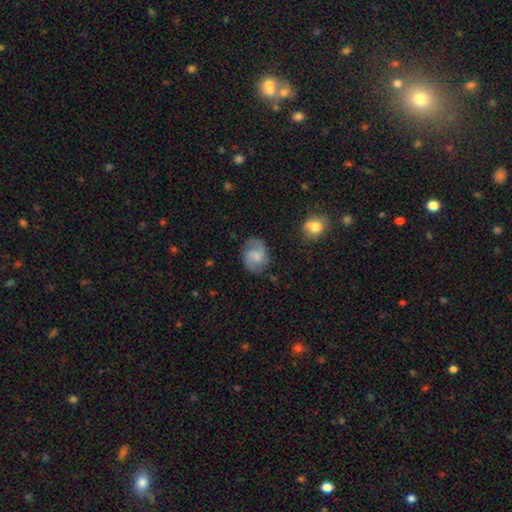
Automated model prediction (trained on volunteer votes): smooth_or_featured: featured or disk (p=0.51) [alt: smooth p=0.41]
disk_edge_on: no (p=0.97) [alt: yes p=0.03]
merging: none (p=0.71) [alt: minor disturbance p=0.20]